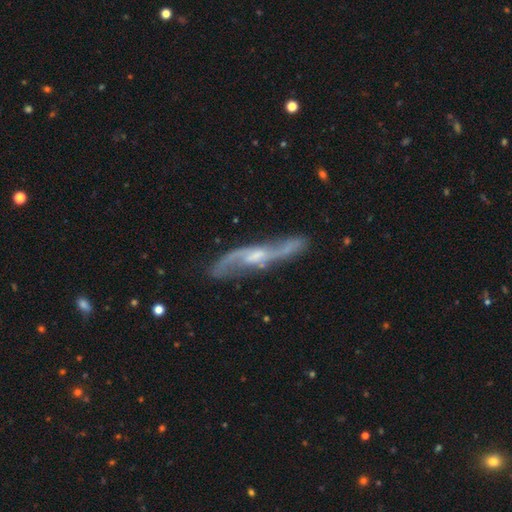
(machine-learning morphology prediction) This is clearly a featured or disk galaxy (87%). It is clearly not viewed edge-on (80%). Bar: possibly weak (49%). Spiral arm pattern: clearly yes (96%). Spiral arm count: clearly 2 (91%). Spiral winding: likely loose (62%). Central bulge: possibly small (45%). Merging: likely none (76%).